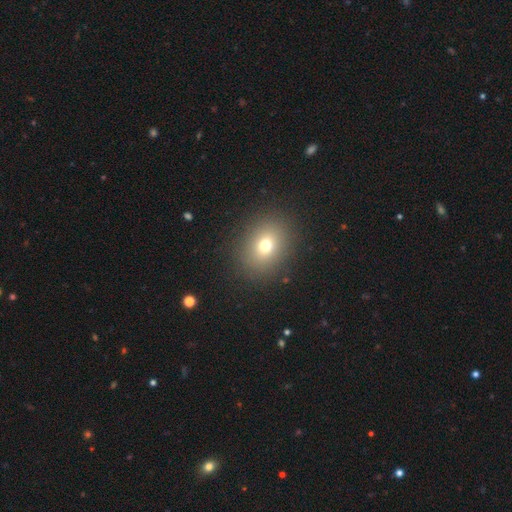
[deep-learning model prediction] This is likely a smooth galaxy (69%). How rounded: possibly round (56%). Merging: clearly none (91%).